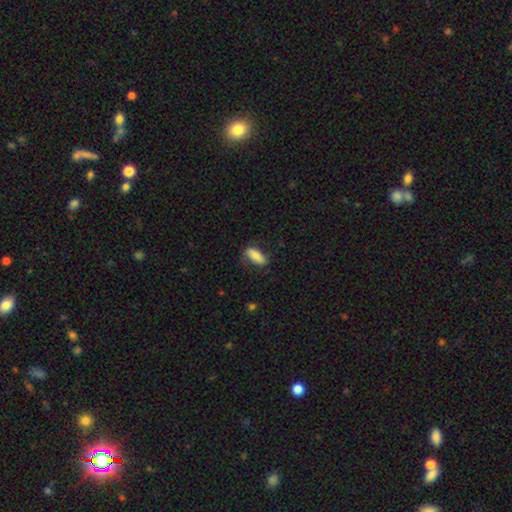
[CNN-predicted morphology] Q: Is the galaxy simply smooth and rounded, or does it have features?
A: smooth — 76%.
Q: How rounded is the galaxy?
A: in between — 73%.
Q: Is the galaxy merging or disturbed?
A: none — 68%.